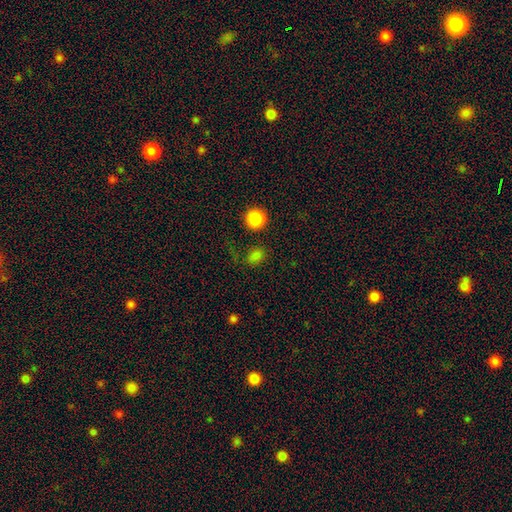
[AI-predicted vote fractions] smooth 76%, star or artifact 19%, featured or disk 4%. Down the decision tree: how rounded — round (52%); merging — none (75%).